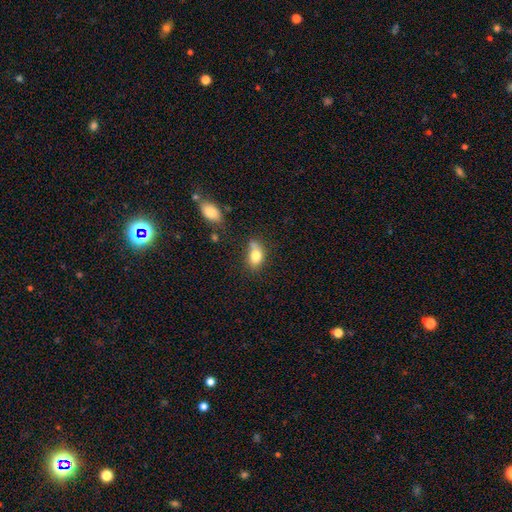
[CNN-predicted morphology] This is likely a smooth galaxy (79%). How rounded: likely in between (78%). Merging: possibly none (47%).